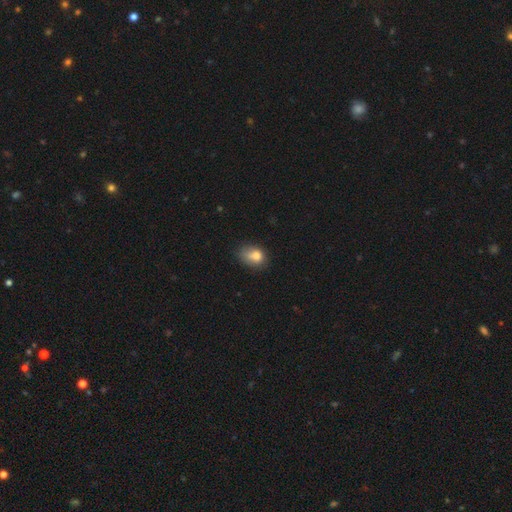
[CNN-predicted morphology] Smooth or featured? Predicted: smooth (p=0.76). How rounded? Predicted: in between (p=0.69). Merging? Predicted: none (p=0.40).